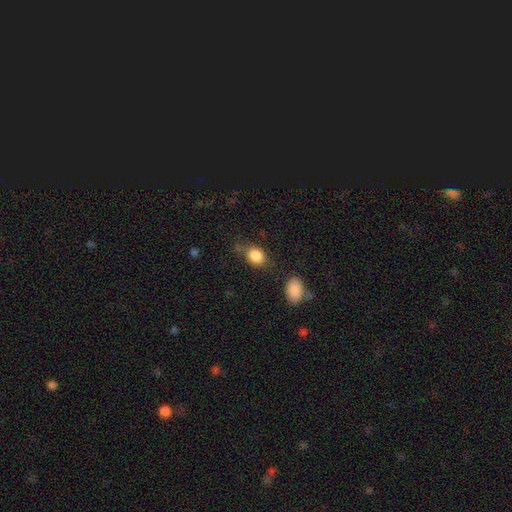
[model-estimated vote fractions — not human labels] A smooth galaxy with no disk features (86%) that is in between round and cigar-shaped (63%).

Vote fractions:
- Smooth or featured? smooth: 86% / star or artifact: 8% / featured or disk: 5%
- How rounded? in between: 63% / round: 35% / cigar-shaped: 1%
- Merging? none: 66% / minor disturbance: 20% / major disturbance: 7% / merger: 7%